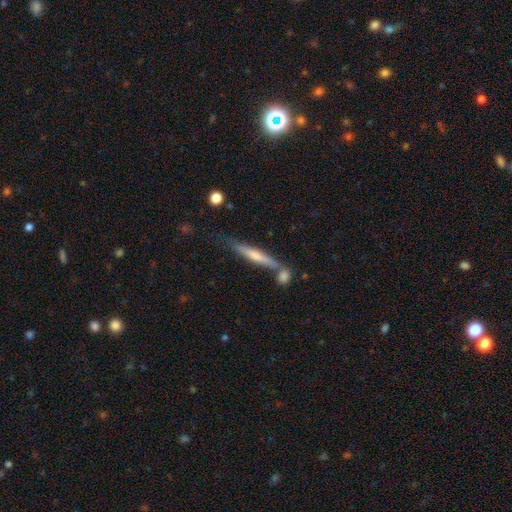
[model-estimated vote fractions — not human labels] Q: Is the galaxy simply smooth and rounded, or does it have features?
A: featured or disk — 62%.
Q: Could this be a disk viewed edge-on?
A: yes — 94%.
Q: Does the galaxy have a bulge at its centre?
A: rounded — 72%.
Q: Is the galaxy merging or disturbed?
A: none — 69%.